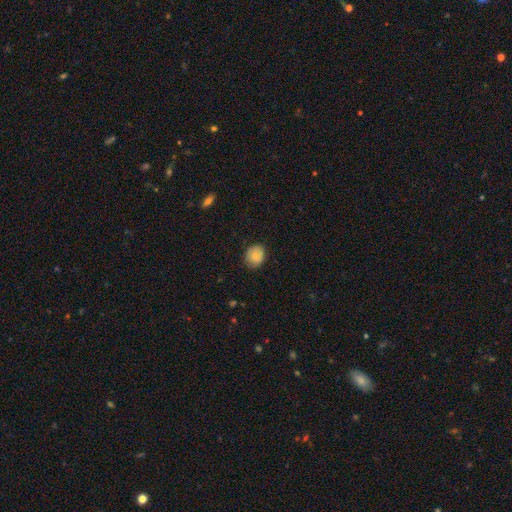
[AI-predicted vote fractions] smooth 85%, star or artifact 8%, featured or disk 7%. Down the decision tree: how rounded — round (69%); merging — none (84%).